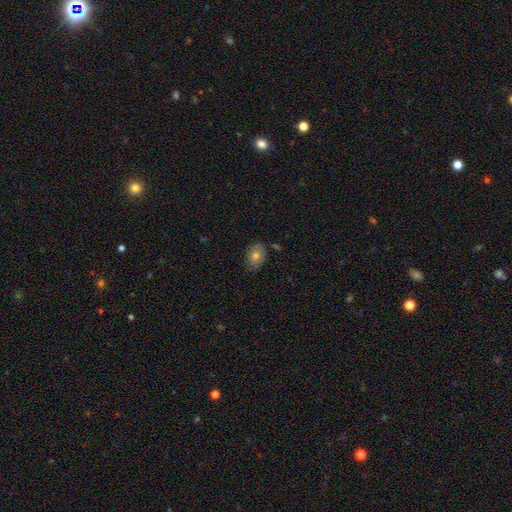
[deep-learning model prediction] smooth_or_featured: smooth (p=0.69) [alt: featured or disk p=0.21]
how_rounded: in between (p=0.81) [alt: round p=0.18]
merging: none (p=0.78) [alt: minor disturbance p=0.17]